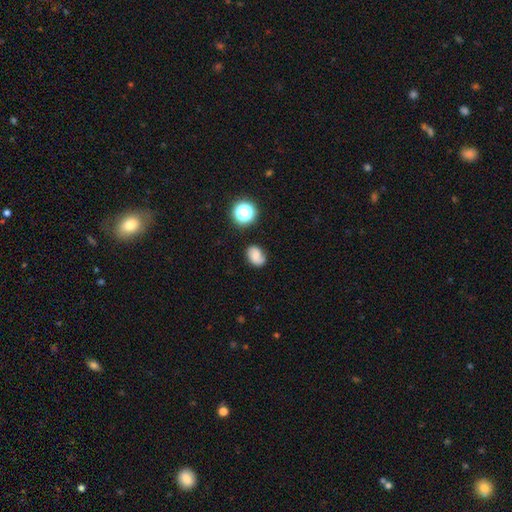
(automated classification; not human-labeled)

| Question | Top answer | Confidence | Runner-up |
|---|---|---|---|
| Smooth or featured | smooth | 56% | featured or disk (30%) |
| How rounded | in between | 69% | round (30%) |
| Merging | none | 69% | minor disturbance (21%) |